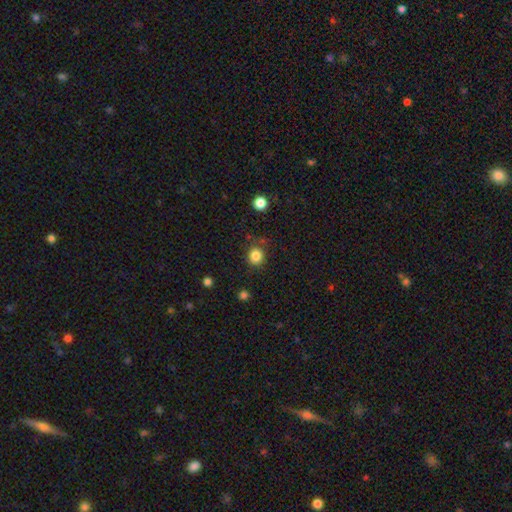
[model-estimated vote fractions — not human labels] This appears to be a smooth galaxy with no disk features (83%) that is round (86%). Merging: none (79%).